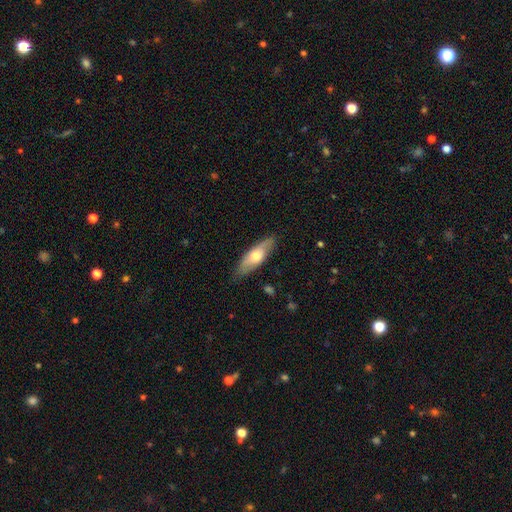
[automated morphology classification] A smooth galaxy with no disk features (59%) that is in between round and cigar-shaped (59%). Merging: none (81%).